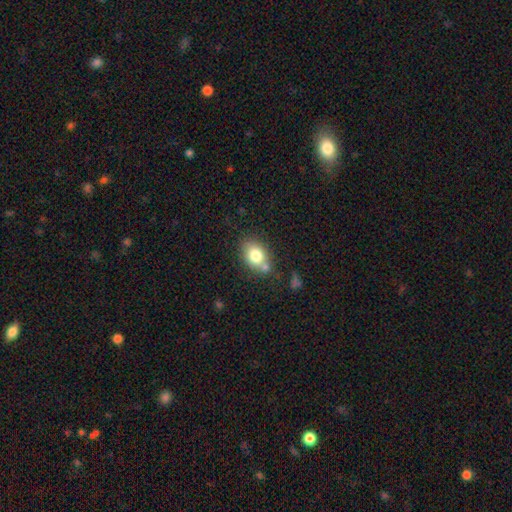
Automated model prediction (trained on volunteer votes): smooth_or_featured: smooth (p=0.78) [alt: featured or disk p=0.13]
how_rounded: in between (p=0.66) [alt: round p=0.33]
merging: none (p=0.64) [alt: minor disturbance p=0.16]